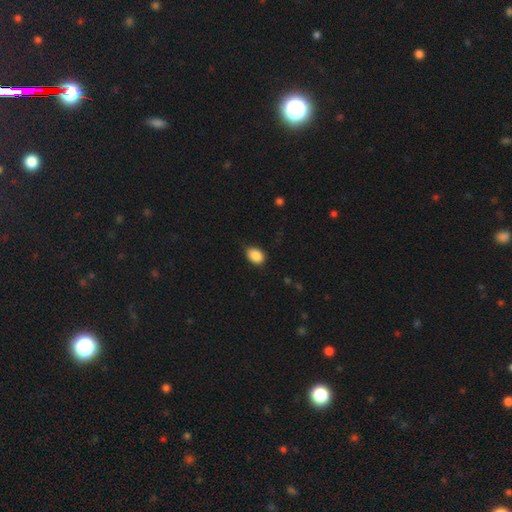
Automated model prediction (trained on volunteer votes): Smooth or featured?
  - smooth: 88% *
  - star or artifact: 8%
  - featured or disk: 4%
How rounded?
  - in between: 79% *
  - round: 20%
  - cigar-shaped: 1%
Merging?
  - none: 74% *
  - minor disturbance: 22%
  - major disturbance: 3%
  - merger: 1%